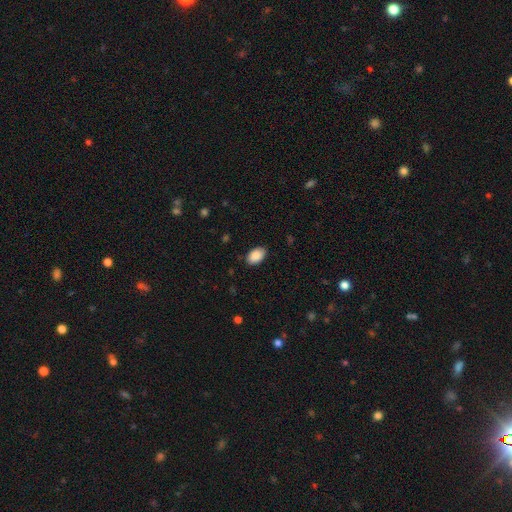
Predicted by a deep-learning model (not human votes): smooth-or-featured: smooth: 90% | star or artifact: 7% | featured or disk: 3%
  how-rounded: in between: 91% | round: 8% | cigar-shaped: 1%
  merging: none: 86% | minor disturbance: 10% | major disturbance: 2% | merger: 1%